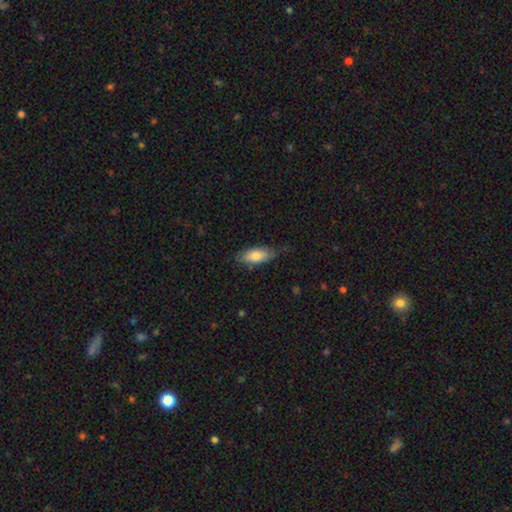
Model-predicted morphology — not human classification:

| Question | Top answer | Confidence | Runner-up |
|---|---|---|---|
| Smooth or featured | smooth | 78% | featured or disk (16%) |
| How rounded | in between | 81% | cigar-shaped (16%) |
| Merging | none | 69% | minor disturbance (25%) |